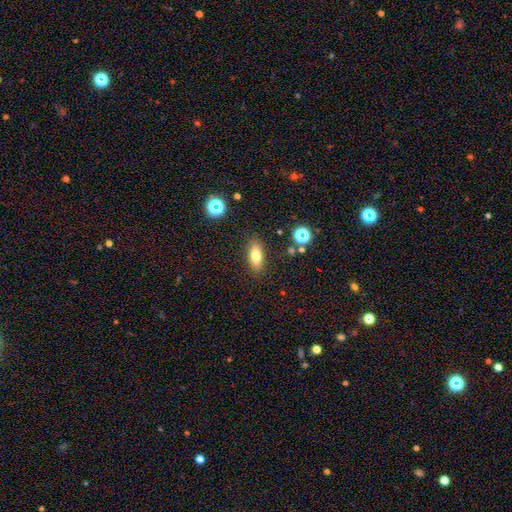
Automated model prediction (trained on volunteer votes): A smooth galaxy with no disk features (74%) that is in between round and cigar-shaped (74%). Merging: none (87%).